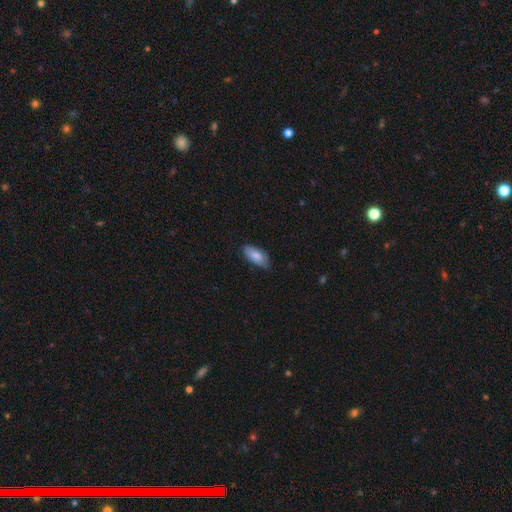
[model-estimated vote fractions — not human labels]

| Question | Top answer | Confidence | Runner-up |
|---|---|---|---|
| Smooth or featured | smooth | 82% | featured or disk (13%) |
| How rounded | in between | 90% | cigar-shaped (8%) |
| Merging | none | 76% | minor disturbance (20%) |